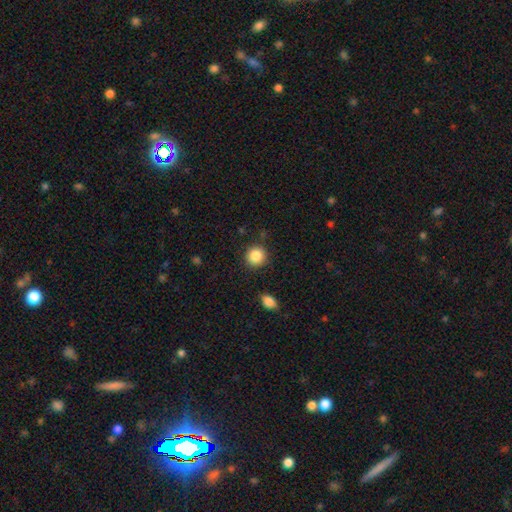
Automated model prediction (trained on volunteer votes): smooth 86%, star or artifact 9%, featured or disk 5%. Down the decision tree: how rounded — round (91%); merging — none (87%).